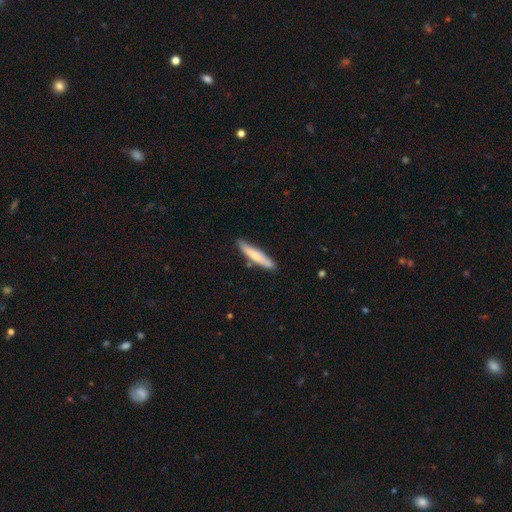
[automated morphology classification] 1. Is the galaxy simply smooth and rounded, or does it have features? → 69% smooth, 25% featured or disk, 5% star or artifact.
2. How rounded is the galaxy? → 88% cigar-shaped, 11% in between, 1% round.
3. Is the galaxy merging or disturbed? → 83% none, 12% minor disturbance, 3% merger, 2% major disturbance.